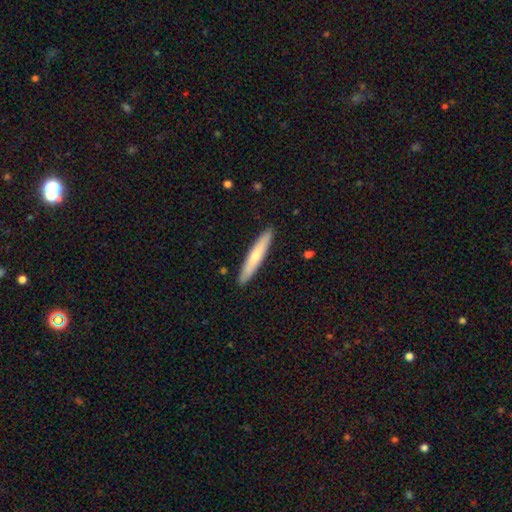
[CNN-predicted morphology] This is likely a smooth galaxy (64%). How rounded: clearly cigar-shaped (94%). Merging: clearly none (91%).